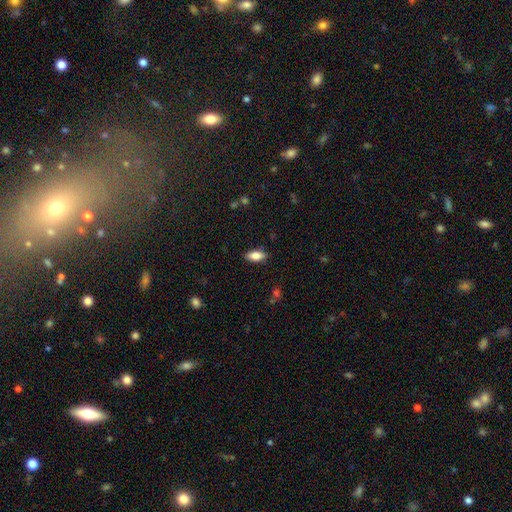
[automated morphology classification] type=smooth (77%); roundness=in between (83%); merging=none (86%).